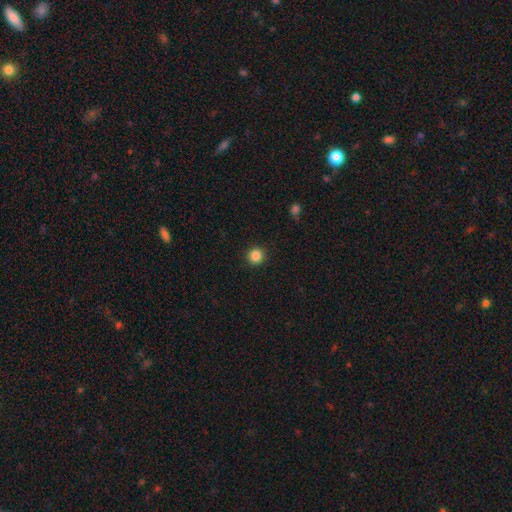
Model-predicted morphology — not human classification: This appears to be a smooth galaxy with no disk features (86%) that is round (95%). Merging: none (92%).